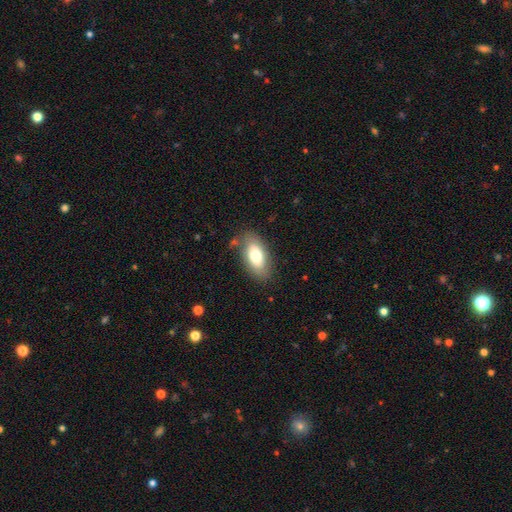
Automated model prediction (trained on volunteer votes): The model was most divided on "smooth or featured": smooth: 71%, featured or disk: 22%, star or artifact: 7%. More confident: how rounded — in between (91%); merging — none (76%).